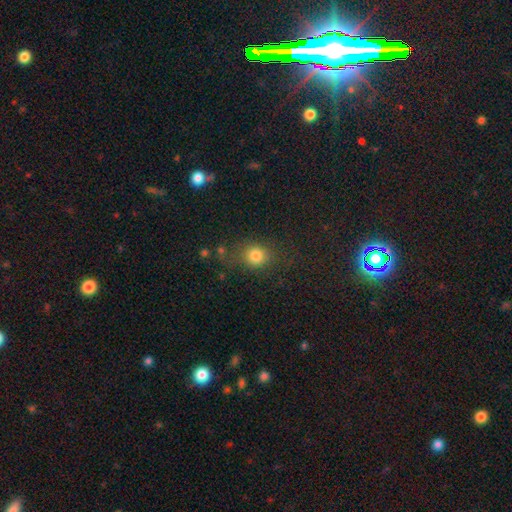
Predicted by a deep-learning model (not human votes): This appears to be a smooth galaxy with no disk features (80%) that is round (72%). Merging: none (68%).